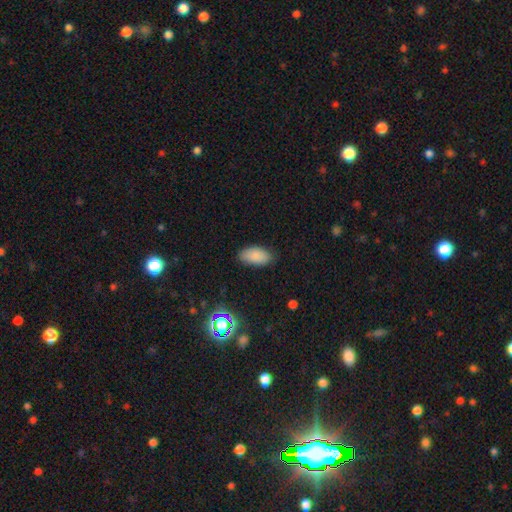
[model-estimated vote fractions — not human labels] Smooth or featured? Predicted: smooth (p=0.86). How rounded? Predicted: in between (p=0.94). Merging? Predicted: none (p=0.84).